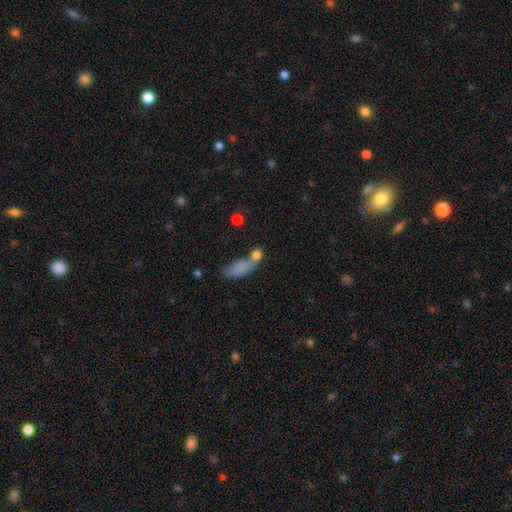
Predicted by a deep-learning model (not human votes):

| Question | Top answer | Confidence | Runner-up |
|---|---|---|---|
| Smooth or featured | smooth | 80% | star or artifact (10%) |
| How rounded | in between | 49% | round (37%) |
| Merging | merger | 42% | none (40%) |